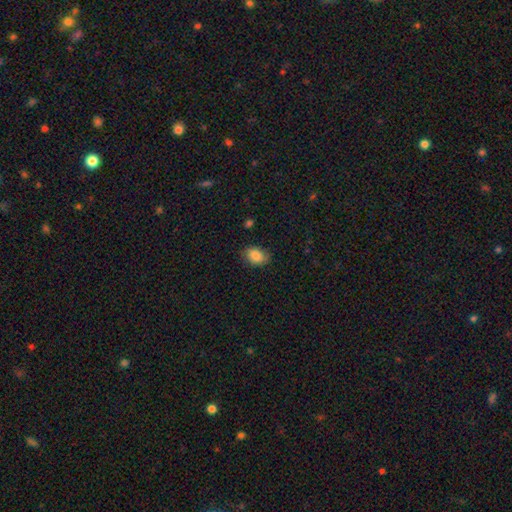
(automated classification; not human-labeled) smooth 85%, star or artifact 8%, featured or disk 7%. Down the decision tree: how rounded — in between (76%); merging — none (81%).